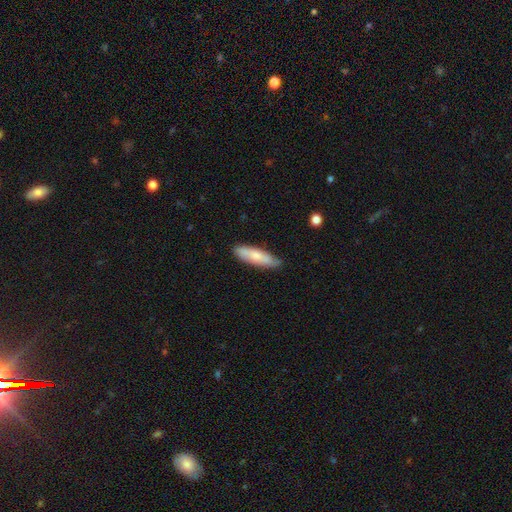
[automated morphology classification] Smooth or featured?
  - smooth: 69% *
  - featured or disk: 25%
  - star or artifact: 6%
How rounded?
  - cigar-shaped: 60% *
  - in between: 38%
  - round: 2%
Merging?
  - none: 79% *
  - minor disturbance: 17%
  - major disturbance: 3%
  - merger: 1%